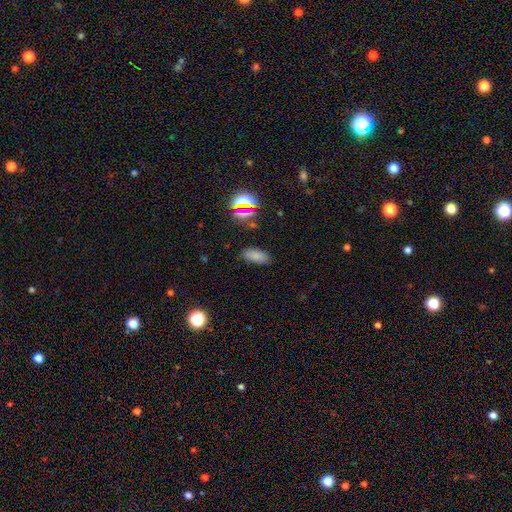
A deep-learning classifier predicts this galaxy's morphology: type=smooth (75%); roundness=in between (88%); merging=none (84%).